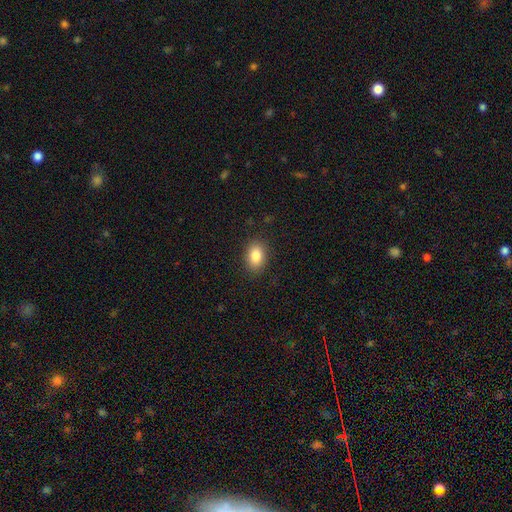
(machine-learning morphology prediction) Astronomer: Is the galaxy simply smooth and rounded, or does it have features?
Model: smooth — 85%.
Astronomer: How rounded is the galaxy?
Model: in between — 79%.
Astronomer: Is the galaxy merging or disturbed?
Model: none — 87%.